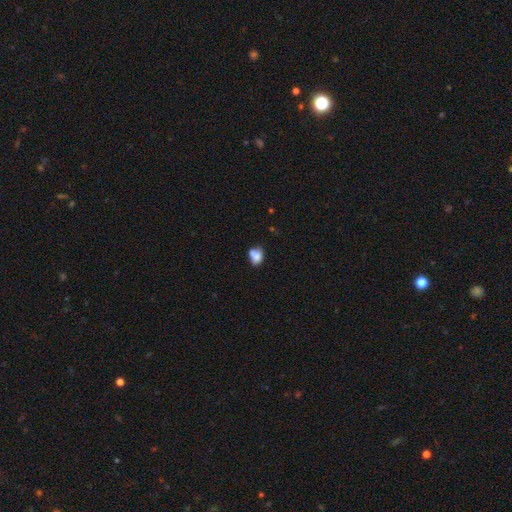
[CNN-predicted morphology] Smooth or featured? Predicted: smooth (p=0.75). How rounded? Predicted: in between (p=0.65). Merging? Predicted: none (p=0.37).